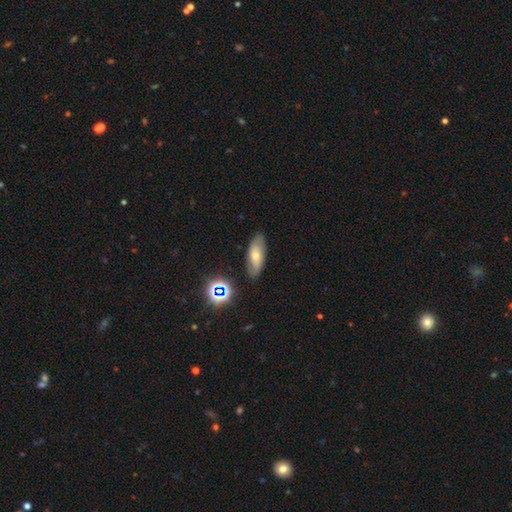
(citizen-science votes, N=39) Smooth or featured? smooth (54%)
How rounded? in between (90%)
Merging? none (90%)